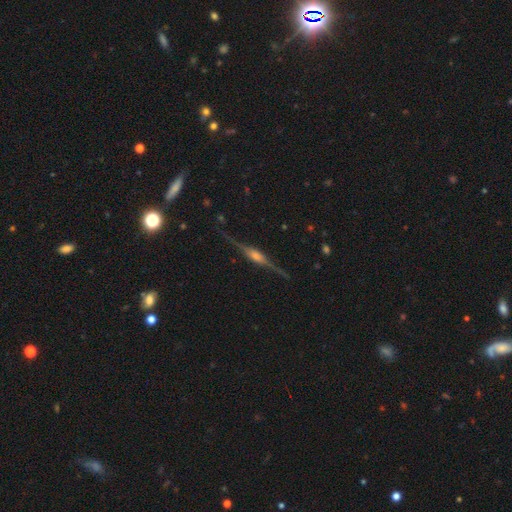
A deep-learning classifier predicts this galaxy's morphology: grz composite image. It shows a featured or disk galaxy (86%) viewed edge-on (97%) with a rounded central bulge (77%). Merging: none (86%).